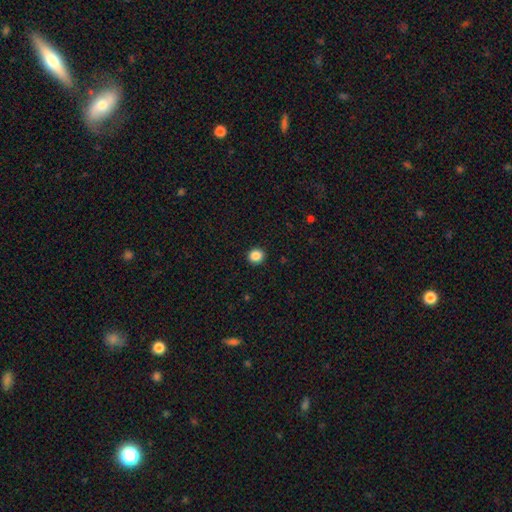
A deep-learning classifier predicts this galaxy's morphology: smooth-or-featured: smooth: 86% | star or artifact: 10% | featured or disk: 3%
  how-rounded: round: 89% | in between: 10% | cigar-shaped: 1%
  merging: none: 93% | minor disturbance: 5% | major disturbance: 2% | merger: 1%